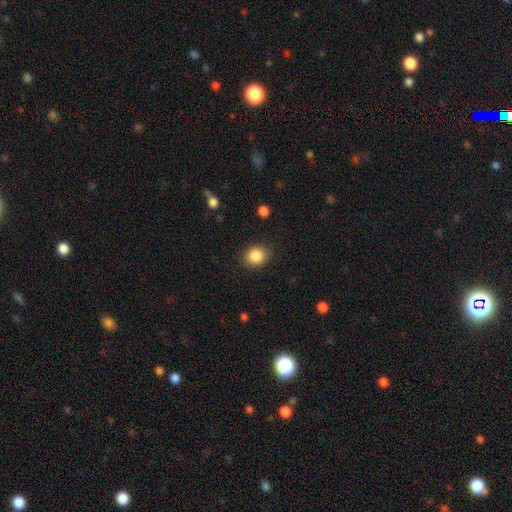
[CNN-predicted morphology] This is clearly a smooth galaxy (87%). How rounded: possibly round (55%). Merging: clearly none (84%).